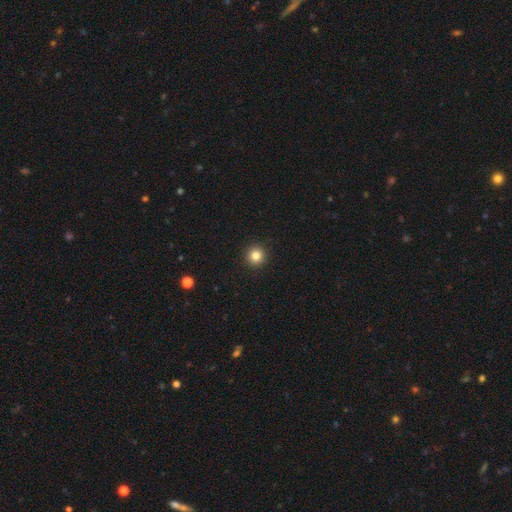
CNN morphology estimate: smooth_or_featured: smooth (p=0.83) [alt: star or artifact p=0.12]
how_rounded: round (p=0.96) [alt: in between p=0.03]
merging: none (p=0.93) [alt: minor disturbance p=0.04]